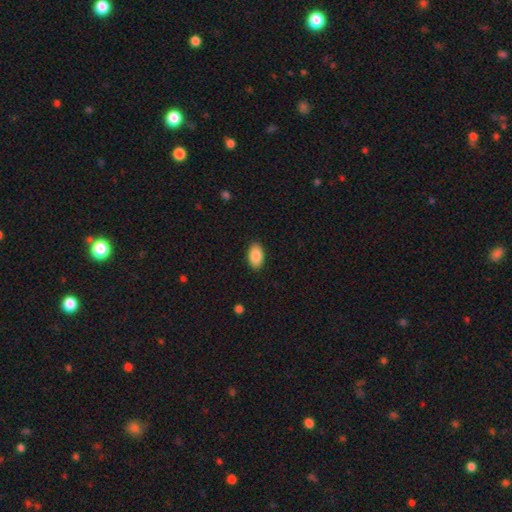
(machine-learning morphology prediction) Smooth or featured: smooth — 88% (star or artifact — 6%)
How rounded: in between — 94% (round — 5%)
Merging: none — 89% (minor disturbance — 8%)